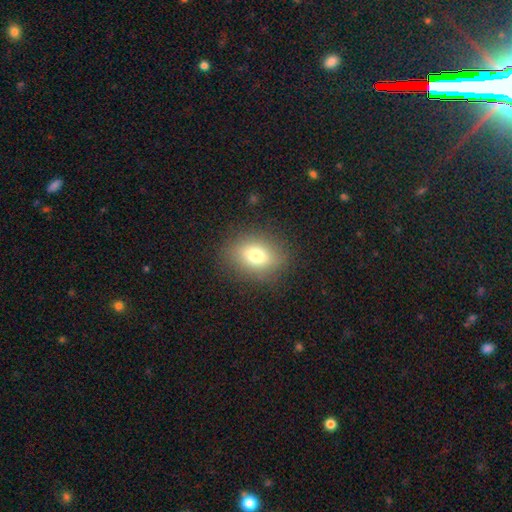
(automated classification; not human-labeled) smooth-or-featured: smooth: 73% | featured or disk: 15% | star or artifact: 12%
  how-rounded: in between: 63% | round: 35% | cigar-shaped: 2%
  merging: none: 84% | minor disturbance: 10% | major disturbance: 4% | merger: 1%